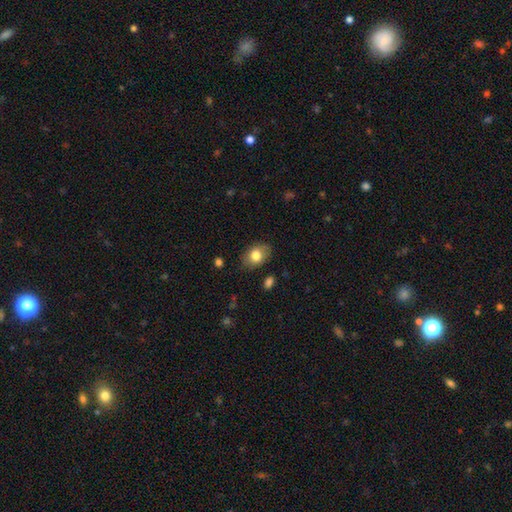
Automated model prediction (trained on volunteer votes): Smooth or featured: smooth — 80% (featured or disk — 13%)
How rounded: in between — 77% (round — 22%)
Merging: none — 82% (minor disturbance — 14%)